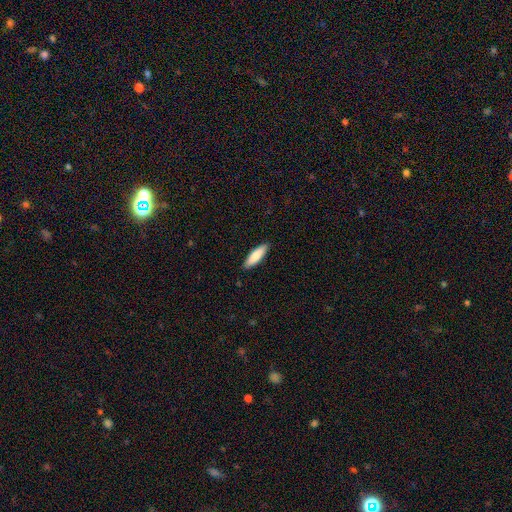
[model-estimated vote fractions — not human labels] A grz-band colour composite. It shows a smooth galaxy with no disk features (81%) that is cigar-shaped (53%). Merging: none (89%).